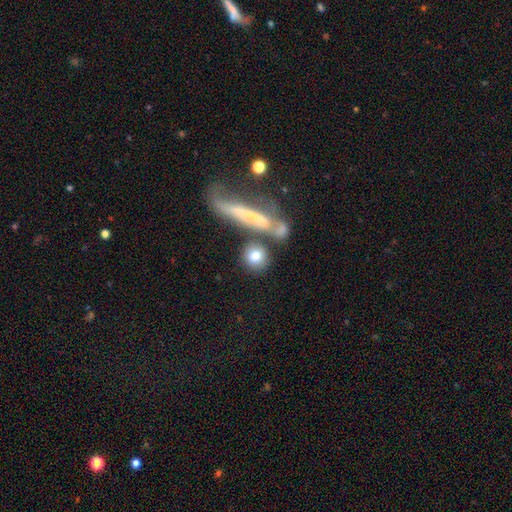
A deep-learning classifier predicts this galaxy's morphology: Smooth or featured? Predicted: smooth (p=0.77). How rounded? Predicted: round (p=0.75). Merging? Predicted: none (p=0.65).